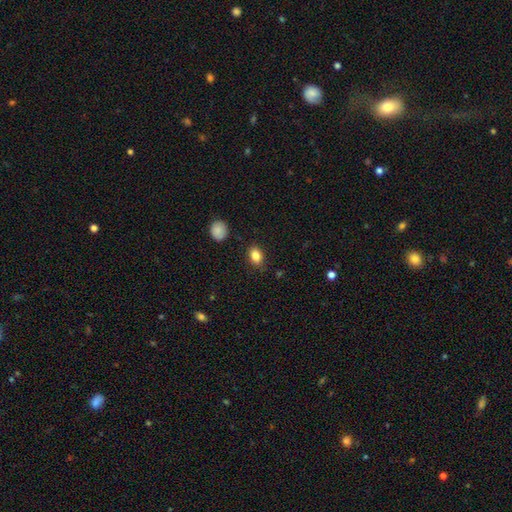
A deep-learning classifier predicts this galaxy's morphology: Smooth or featured?
  - smooth: 86% *
  - star or artifact: 9%
  - featured or disk: 5%
How rounded?
  - in between: 77% *
  - round: 22%
  - cigar-shaped: 2%
Merging?
  - none: 84% *
  - minor disturbance: 11%
  - major disturbance: 3%
  - merger: 2%